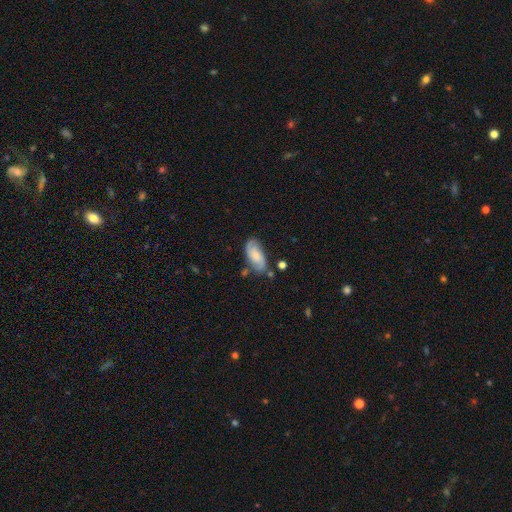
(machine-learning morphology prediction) smooth_or_featured: featured or disk (p=0.47) [alt: smooth p=0.46]
merging: none (p=0.68) [alt: minor disturbance p=0.21]